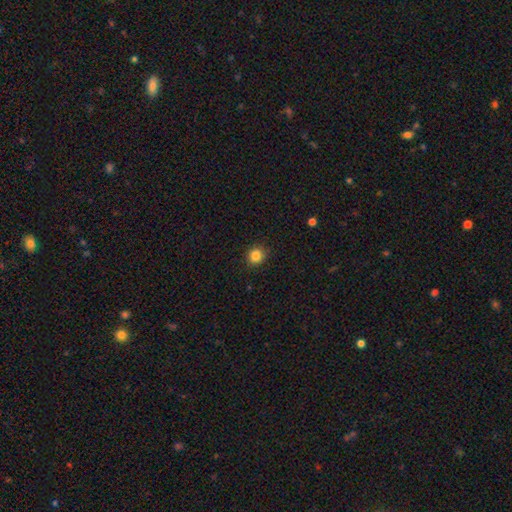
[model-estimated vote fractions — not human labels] smooth_or_featured: smooth (p=0.84) [alt: star or artifact p=0.11]
how_rounded: round (p=0.86) [alt: in between p=0.13]
merging: none (p=0.89) [alt: minor disturbance p=0.08]